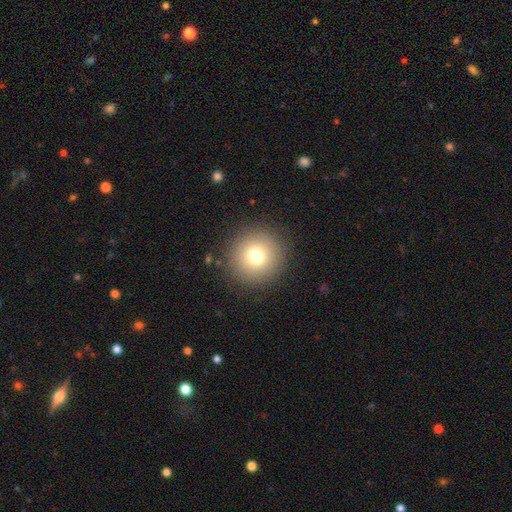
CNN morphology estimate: Smooth or featured?
  - smooth: 74% *
  - star or artifact: 14%
  - featured or disk: 12%
How rounded?
  - round: 96% *
  - in between: 3%
  - cigar-shaped: 1%
Merging?
  - none: 91% *
  - minor disturbance: 6%
  - major disturbance: 3%
  - merger: 1%